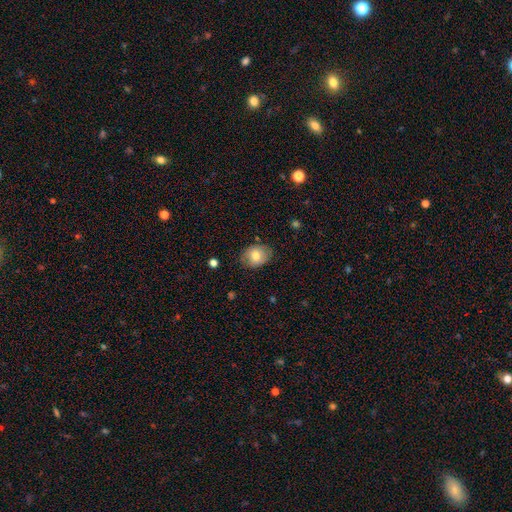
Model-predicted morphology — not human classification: Q: Smooth or featured?
A: smooth (75%); runner-up: featured or disk (17%)
Q: How rounded?
A: in between (63%); runner-up: round (36%)
Q: Merging?
A: none (82%); runner-up: minor disturbance (14%)